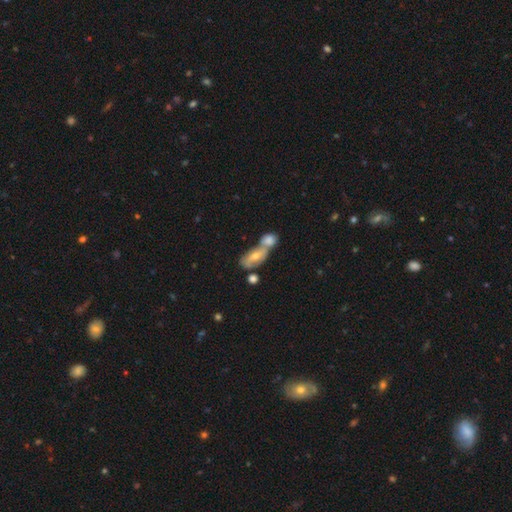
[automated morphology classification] Q: Smooth or featured?
A: featured or disk (46%); runner-up: smooth (43%)
Q: Merging?
A: merger (59%); runner-up: none (28%)